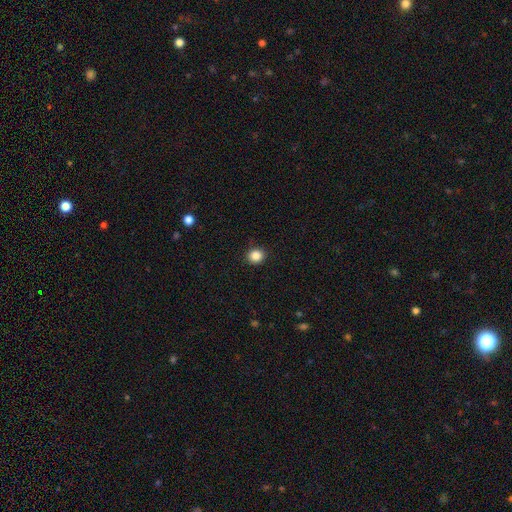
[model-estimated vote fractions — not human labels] The model was most divided on "how rounded": round: 82%, in between: 17%, cigar-shaped: 1%. More confident: merging — none (89%); smooth or featured — smooth (86%).